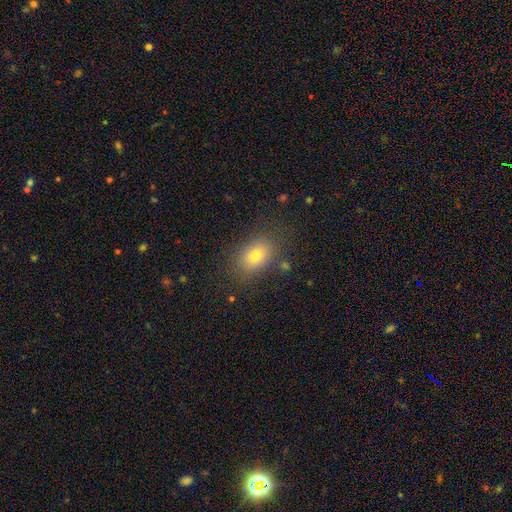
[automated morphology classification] Smooth or featured? smooth (76%)
How rounded? in between (81%)
Merging? none (80%)